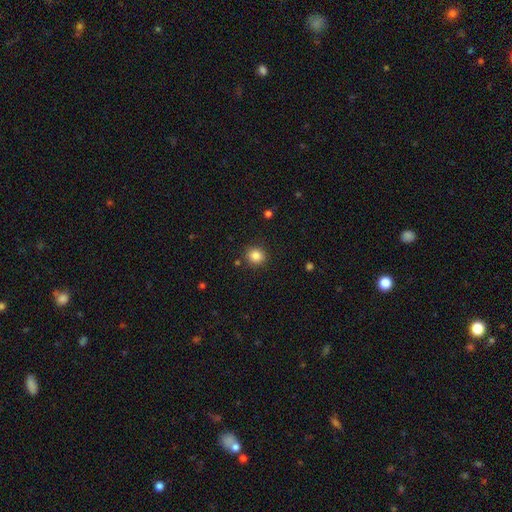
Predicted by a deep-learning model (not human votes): smooth 85%, star or artifact 11%, featured or disk 5%. Down the decision tree: how rounded — round (87%); merging — none (89%).